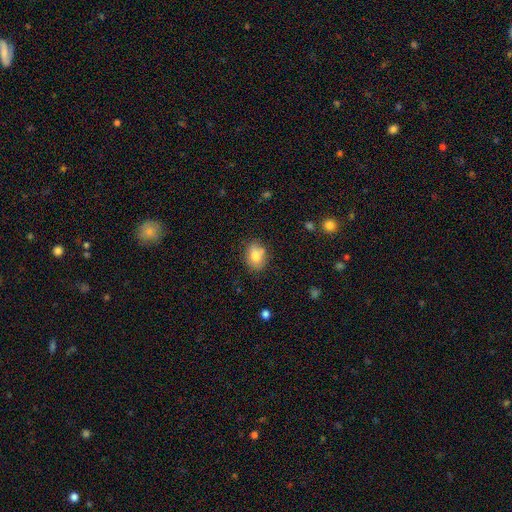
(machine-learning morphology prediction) Smooth or featured? Predicted: smooth (p=0.79). How rounded? Predicted: in between (p=0.65). Merging? Predicted: none (p=0.75).